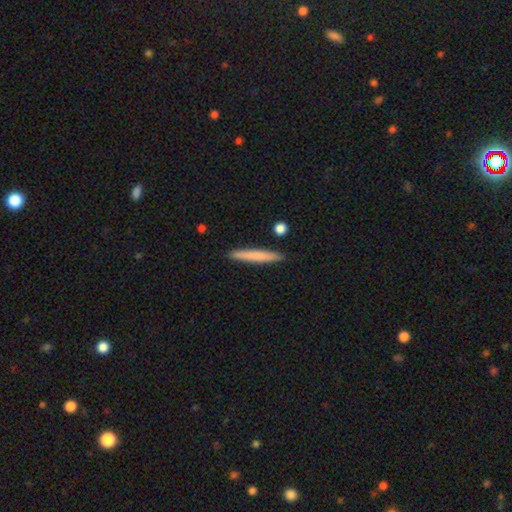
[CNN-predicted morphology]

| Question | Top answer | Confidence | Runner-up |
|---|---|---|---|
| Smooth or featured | smooth | 73% | featured or disk (21%) |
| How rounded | cigar-shaped | 96% | in between (3%) |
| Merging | none | 90% | minor disturbance (7%) |